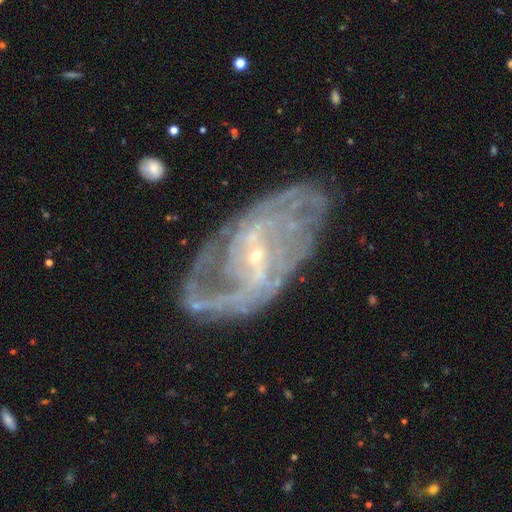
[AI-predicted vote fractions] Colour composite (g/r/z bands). It shows a featured or disk galaxy (88%) with a weak bar (43%), 2 (40%) medium (40%) spiral arms (92%) and a small central bulge (85%). Merging: none (66%).